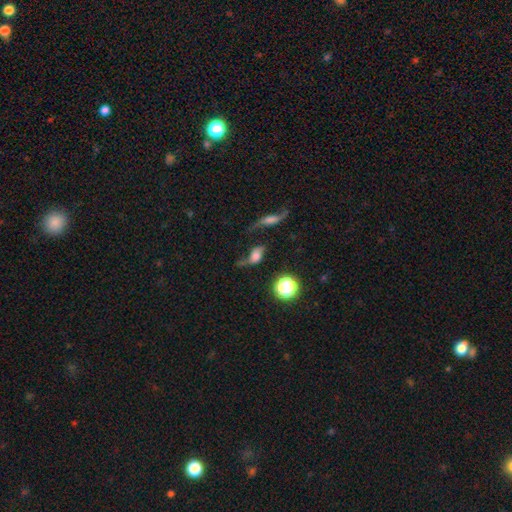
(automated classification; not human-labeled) Overall: smooth (43%; featured or disk 42%). Merging: none (34%; major disturbance 31%).